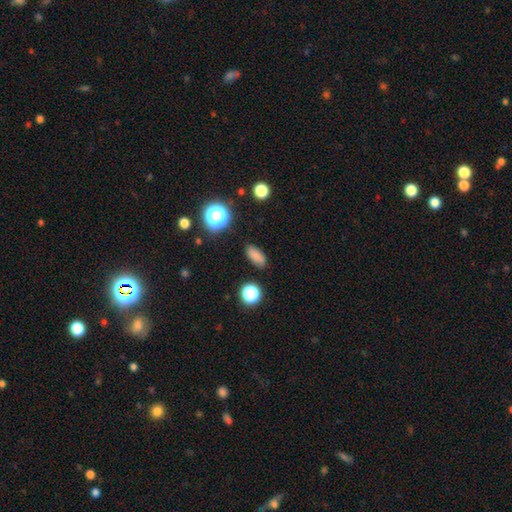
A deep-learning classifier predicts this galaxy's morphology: Smooth or featured?
  - smooth: 82% *
  - star or artifact: 12%
  - featured or disk: 6%
How rounded?
  - in between: 83% *
  - cigar-shaped: 9%
  - round: 8%
Merging?
  - none: 87% *
  - minor disturbance: 9%
  - major disturbance: 3%
  - merger: 2%